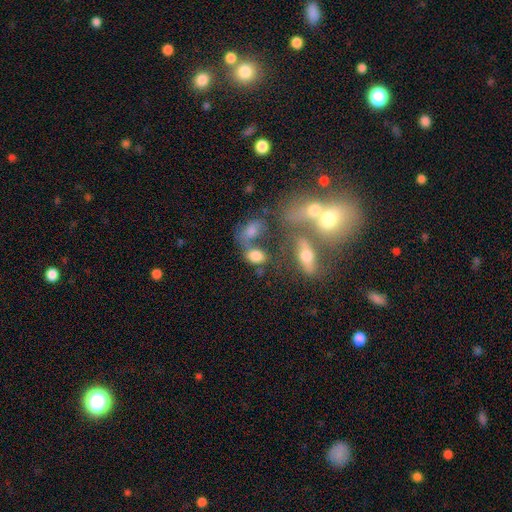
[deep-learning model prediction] Smooth or featured?
  - smooth: 71% *
  - featured or disk: 16%
  - star or artifact: 12%
How rounded?
  - in between: 80% *
  - round: 17%
  - cigar-shaped: 4%
Merging?
  - merger: 39% *
  - none: 35%
  - minor disturbance: 15%
  - major disturbance: 12%